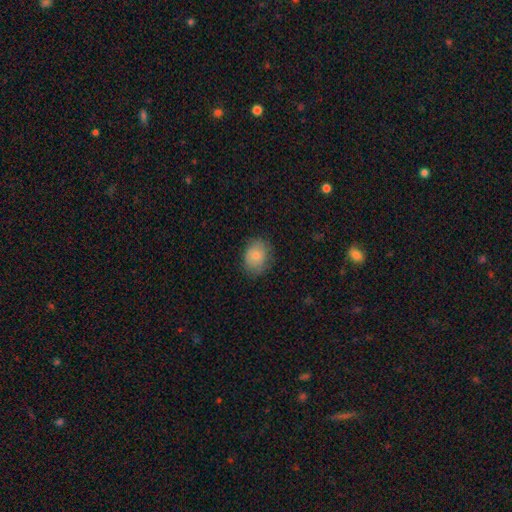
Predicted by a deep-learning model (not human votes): Smooth or featured? smooth (82%)
How rounded? in between (55%)
Merging? none (74%)